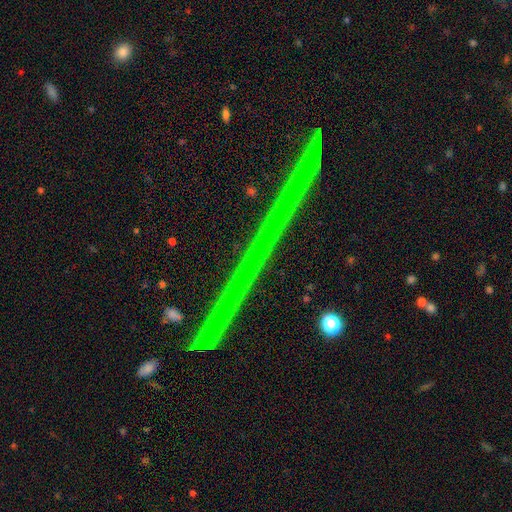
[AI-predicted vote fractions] smooth-or-featured: star or artifact: 81% | featured or disk: 14% | smooth: 5%